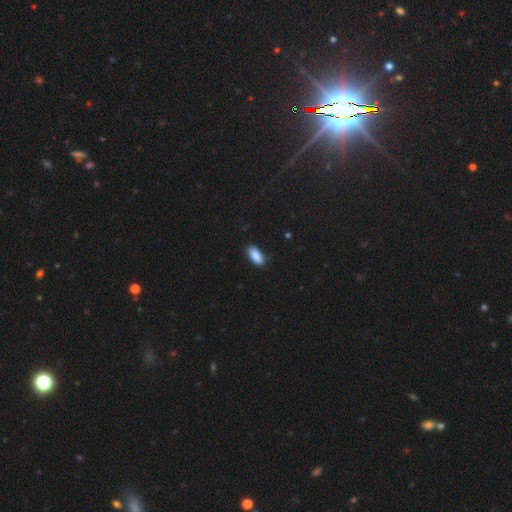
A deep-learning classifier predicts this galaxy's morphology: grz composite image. It shows a smooth galaxy with no disk features (89%) that is in between round and cigar-shaped (89%). Merging: none (88%).